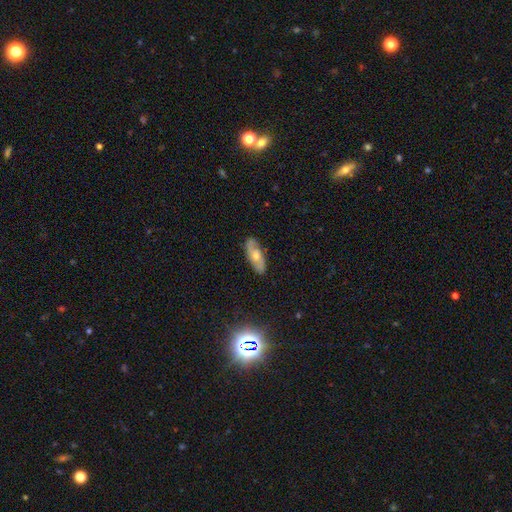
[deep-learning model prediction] Smooth or featured?
  - featured or disk: 56% *
  - smooth: 32%
  - star or artifact: 12%
Edge-on disk?
  - no: 81% *
  - yes: 19%
Merging?
  - none: 83% *
  - minor disturbance: 13%
  - major disturbance: 3%
  - merger: 1%